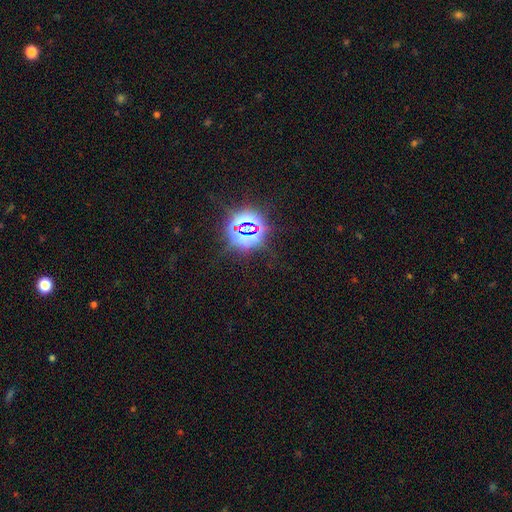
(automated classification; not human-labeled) This is clearly a star or artifact rather than a galaxy (82%).